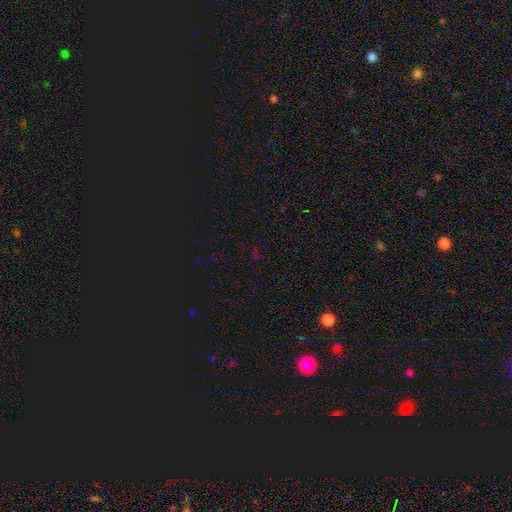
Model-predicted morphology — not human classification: type=star or artifact (67%).